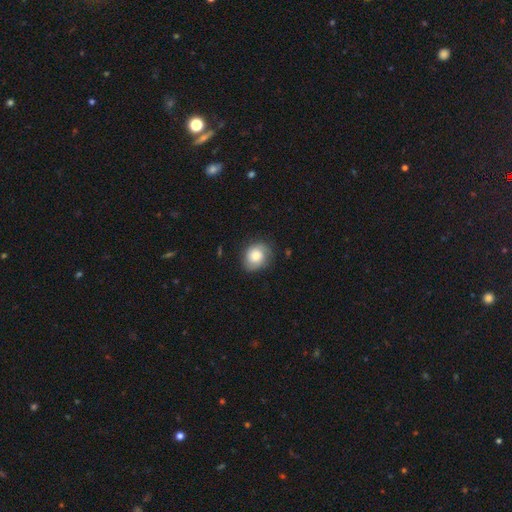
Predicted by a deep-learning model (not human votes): A smooth galaxy with no disk features (60%) that is round (63%).

Vote fractions:
- Smooth or featured? smooth: 60% / featured or disk: 31% / star or artifact: 8%
- How rounded? round: 63% / in between: 36% / cigar-shaped: 1%
- Merging? none: 75% / minor disturbance: 18% / major disturbance: 5% / merger: 1%